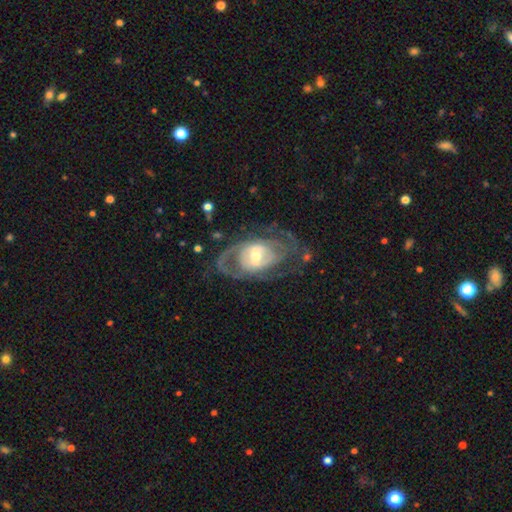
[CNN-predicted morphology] Smooth or featured? Predicted: featured or disk (p=0.85). Edge-on disk? Predicted: no (p=0.95). Bar? Predicted: weak (p=0.50). Spiral arms? Predicted: yes (p=0.88). Spiral winding? Predicted: tight (p=0.42). Spiral arm count? Predicted: 2 (p=0.44). Bulge size? Predicted: moderate (p=0.59). Merging? Predicted: none (p=0.58).